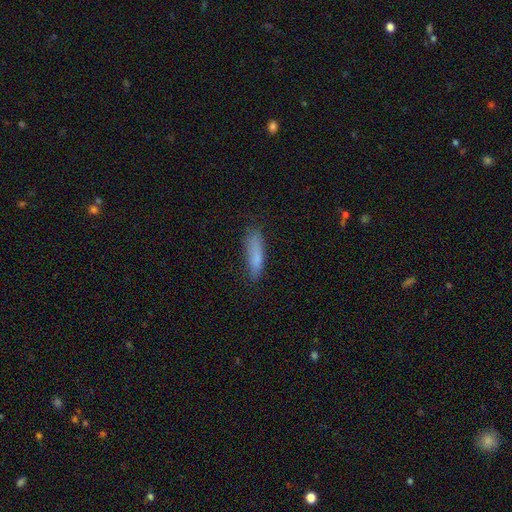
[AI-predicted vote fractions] Overall: smooth (80%). How rounded: cigar-shaped (74%). Merging: none (73%).